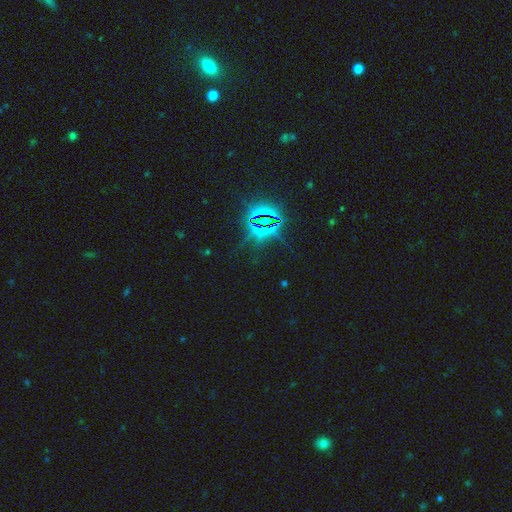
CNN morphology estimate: smooth-or-featured: star or artifact: 86% | smooth: 8% | featured or disk: 6%